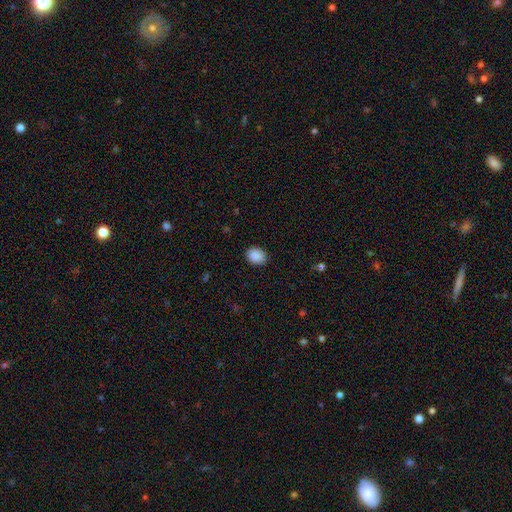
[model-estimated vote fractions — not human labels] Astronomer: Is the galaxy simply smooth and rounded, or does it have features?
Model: smooth — 89%.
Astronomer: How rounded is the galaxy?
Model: in between — 55% (runner-up: round, 45%).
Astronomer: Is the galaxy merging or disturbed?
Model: none — 86%.